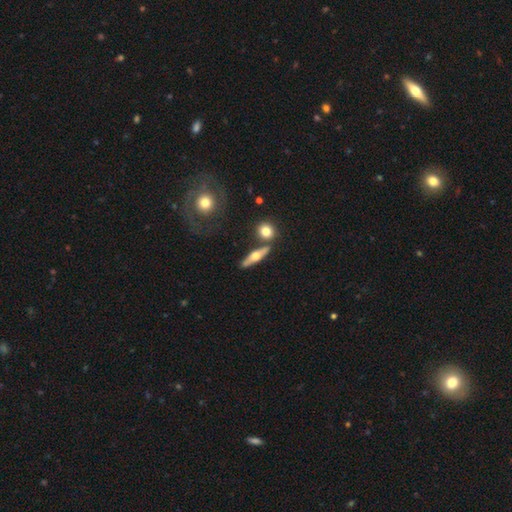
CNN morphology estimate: Overall: featured or disk (58%; smooth 36%). Edge-on disk: yes (90%). Edge-on bulge: rounded (95%). Merging: none (75%).